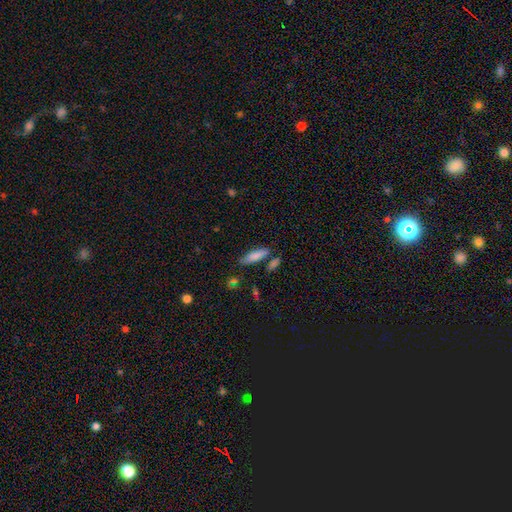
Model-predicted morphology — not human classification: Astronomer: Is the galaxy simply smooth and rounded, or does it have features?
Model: smooth — 83%.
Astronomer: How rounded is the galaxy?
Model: cigar-shaped — 56% (runner-up: in between, 41%).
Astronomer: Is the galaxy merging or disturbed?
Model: none — 76%.